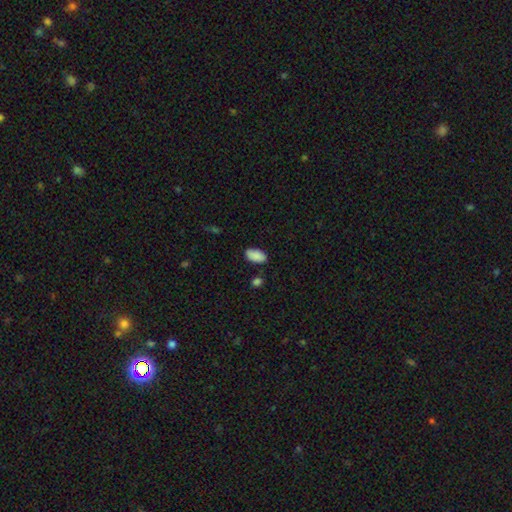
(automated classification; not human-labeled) This appears to be a smooth galaxy with no disk features (88%) that is in between round and cigar-shaped (95%). Merging: none (80%).